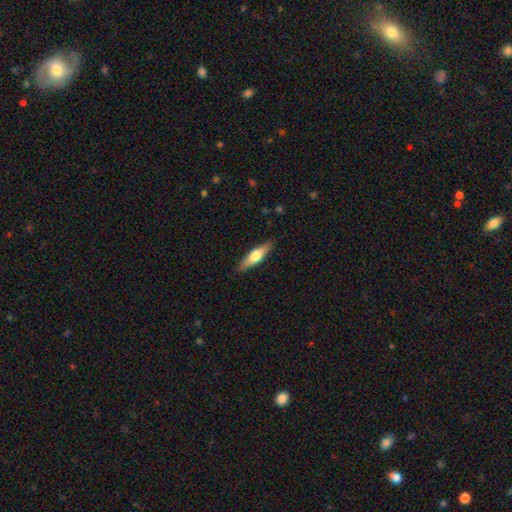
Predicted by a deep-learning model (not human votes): smooth_or_featured: smooth (p=0.50) [alt: featured or disk p=0.45]
merging: none (p=0.88) [alt: minor disturbance p=0.09]